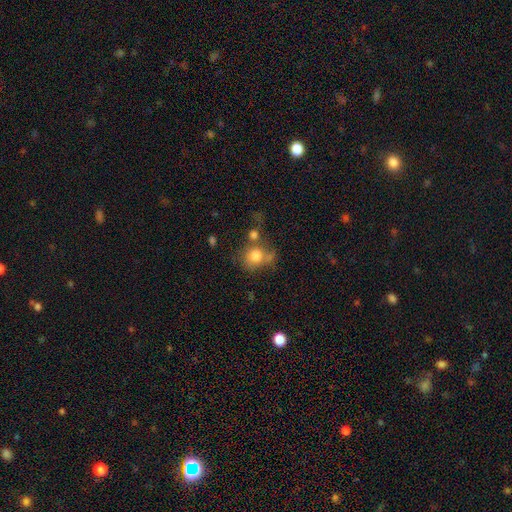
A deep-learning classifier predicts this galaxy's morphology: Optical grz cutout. It shows a smooth galaxy with no disk features (77%) that is round (74%). Merging: none (41%).